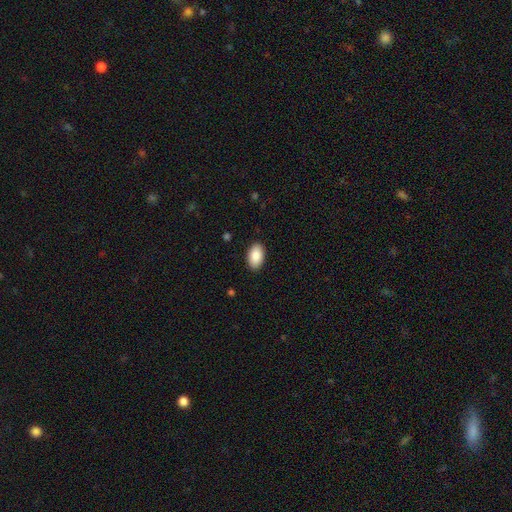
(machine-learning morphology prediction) A smooth galaxy with no disk features (90%) that is in between round and cigar-shaped (95%).

Vote fractions:
- Smooth or featured? smooth: 90% / star or artifact: 6% / featured or disk: 4%
- How rounded? in between: 95% / round: 4% / cigar-shaped: 1%
- Merging? none: 89% / minor disturbance: 8% / major disturbance: 2% / merger: 1%